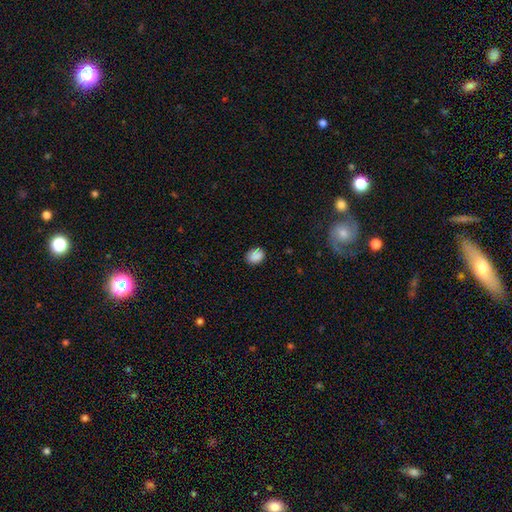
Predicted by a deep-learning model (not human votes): A smooth galaxy with no disk features (87%) that is in between round and cigar-shaped (54%).

Vote fractions:
- Smooth or featured? smooth: 87% / star or artifact: 9% / featured or disk: 4%
- How rounded? in between: 54% / round: 45% / cigar-shaped: 1%
- Merging? none: 82% / minor disturbance: 14% / major disturbance: 3% / merger: 1%